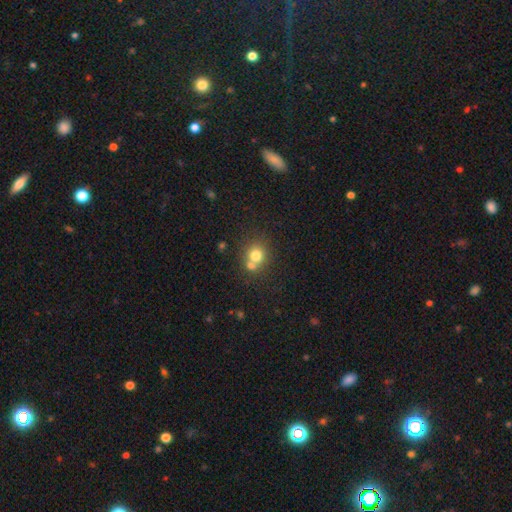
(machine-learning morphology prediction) type=smooth (75%); roundness=round (84%); merging=none (51%).